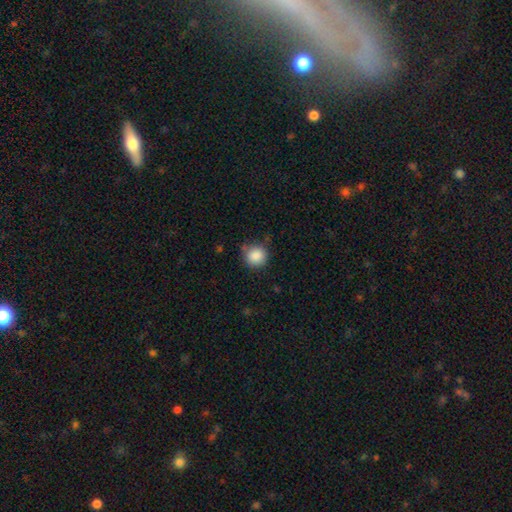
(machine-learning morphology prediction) Smooth or featured? Predicted: smooth (p=0.87). How rounded? Predicted: round (p=0.92). Merging? Predicted: none (p=0.76).